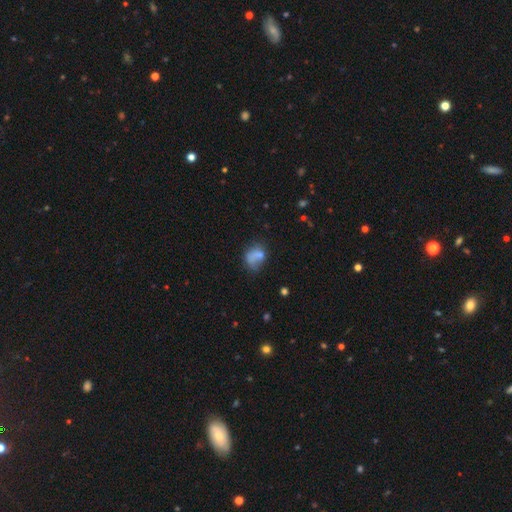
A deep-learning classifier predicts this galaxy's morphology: smooth_or_featured: smooth (p=0.69) [alt: featured or disk p=0.19]
how_rounded: in between (p=0.61) [alt: round p=0.37]
merging: none (p=0.36) [alt: minor disturbance p=0.27]